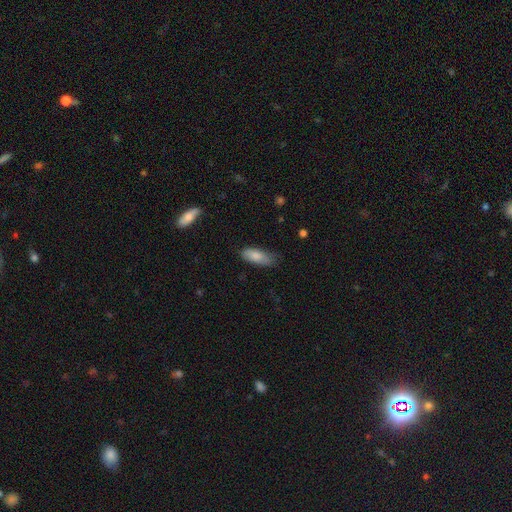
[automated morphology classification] smooth 82%, featured or disk 11%, star or artifact 6%. Down the decision tree: how rounded — in between (77%); merging — none (65%).